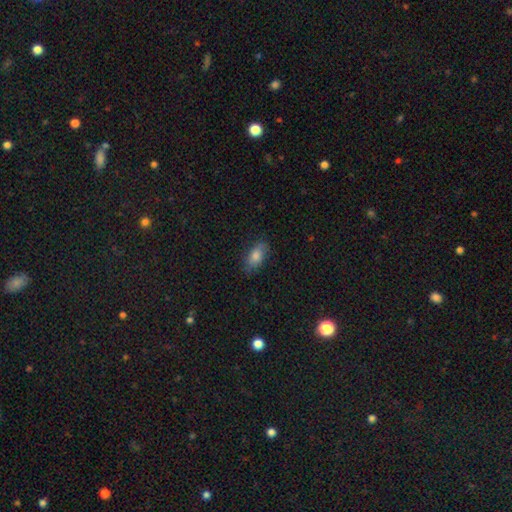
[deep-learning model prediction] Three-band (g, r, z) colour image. It shows a smooth galaxy with no disk features (77%) that is in between round and cigar-shaped (88%). Merging: none (81%).